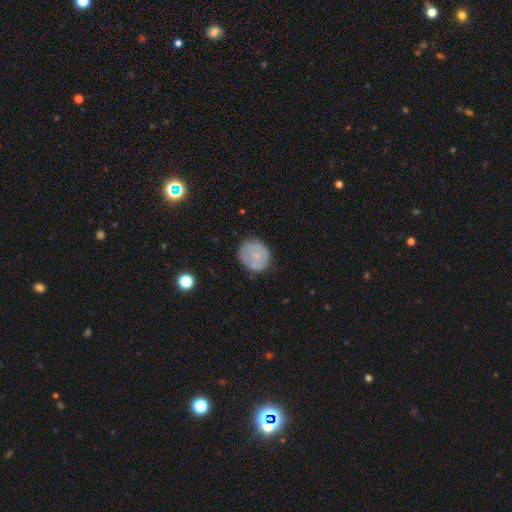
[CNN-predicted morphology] smooth-or-featured: smooth: 63% | featured or disk: 29% | star or artifact: 8%
  how-rounded: round: 77% | in between: 22% | cigar-shaped: 1%
  merging: none: 72% | minor disturbance: 20% | major disturbance: 5% | merger: 2%